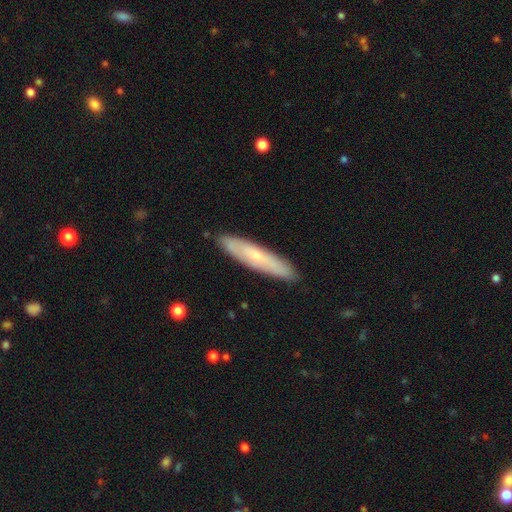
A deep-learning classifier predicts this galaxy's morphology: Q: Smooth or featured?
A: smooth (50%); runner-up: featured or disk (43%)
Q: How rounded?
A: cigar-shaped (83%); runner-up: in between (15%)
Q: Merging?
A: none (87%); runner-up: minor disturbance (10%)